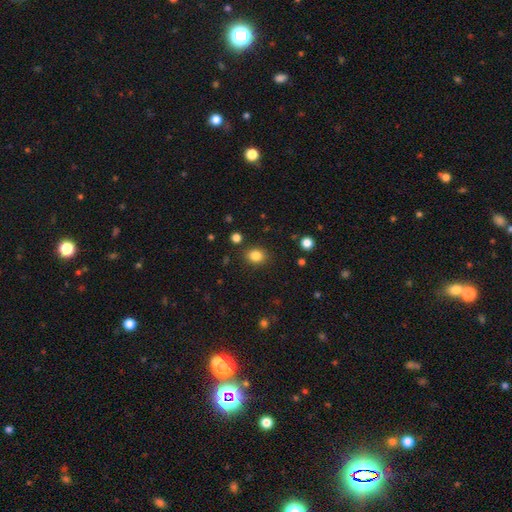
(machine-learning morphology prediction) Smooth or featured: smooth — 83% (star or artifact — 11%)
How rounded: round — 60% (in between — 39%)
Merging: none — 86% (minor disturbance — 8%)